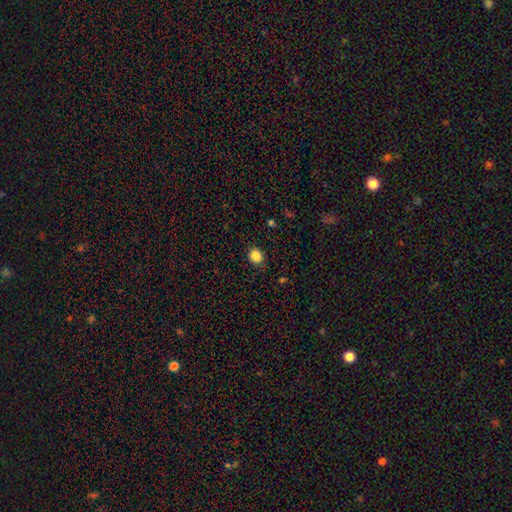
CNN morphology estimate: Smooth or featured? Predicted: smooth (p=0.86). How rounded? Predicted: round (p=0.58). Merging? Predicted: none (p=0.87).